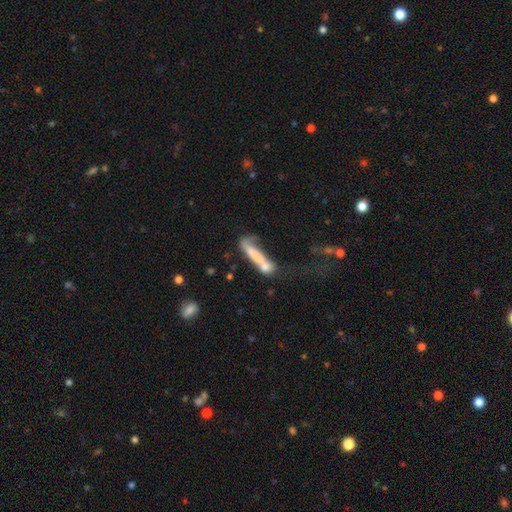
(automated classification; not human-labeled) Overall: smooth (60%; featured or disk 31%). How rounded: cigar-shaped (79%). Merging: merger (41%; none 24%).